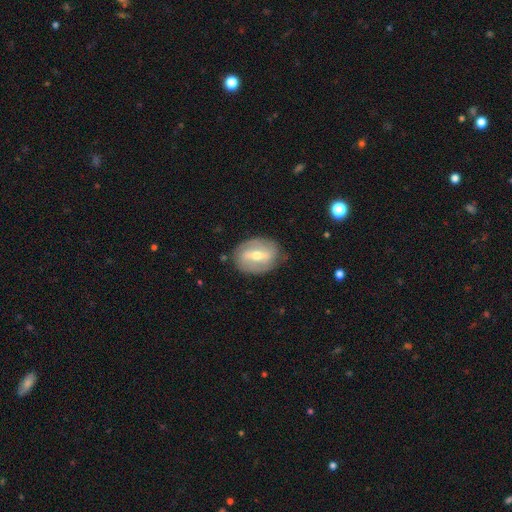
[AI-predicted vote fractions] Overall: featured or disk (66%; smooth 28%). Edge-on disk: no (91%). Bar: strong (55%; weak 33%). Spiral arms: yes (52%; no 48%). Bulge size: moderate (63%; small 32%). Merging: none (81%).